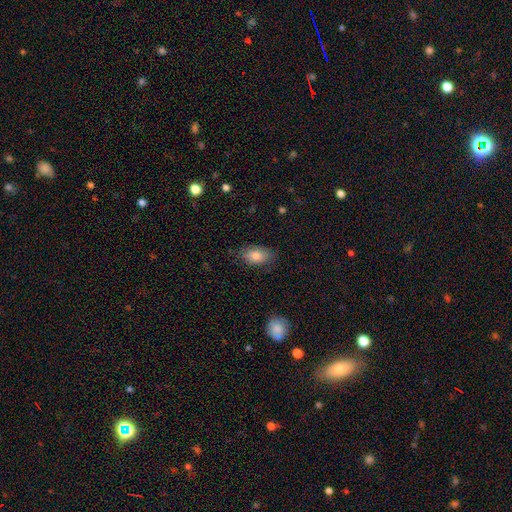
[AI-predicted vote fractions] Q: Smooth or featured?
A: smooth (80%); runner-up: featured or disk (12%)
Q: How rounded?
A: in between (90%); runner-up: round (7%)
Q: Merging?
A: none (79%); runner-up: minor disturbance (17%)